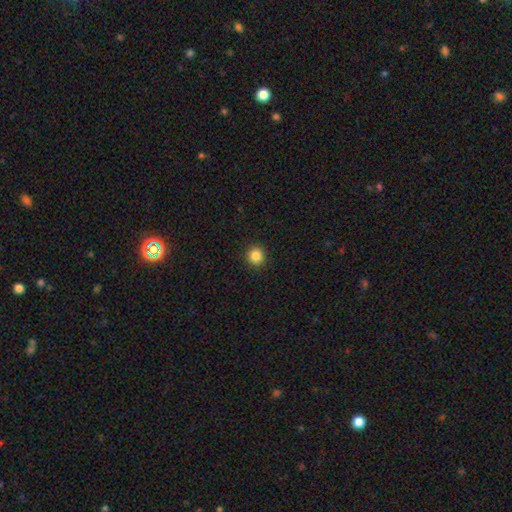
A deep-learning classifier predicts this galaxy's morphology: type=smooth (85%); roundness=round (93%); merging=none (92%).